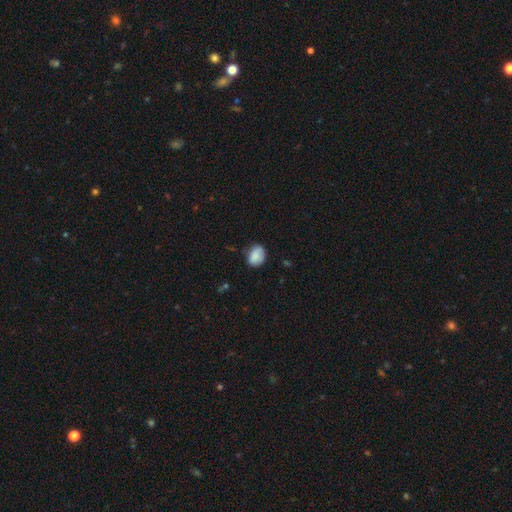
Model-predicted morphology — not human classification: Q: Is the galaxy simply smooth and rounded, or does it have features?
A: smooth — 84%.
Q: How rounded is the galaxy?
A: in between — 64%.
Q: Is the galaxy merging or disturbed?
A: none — 71%.